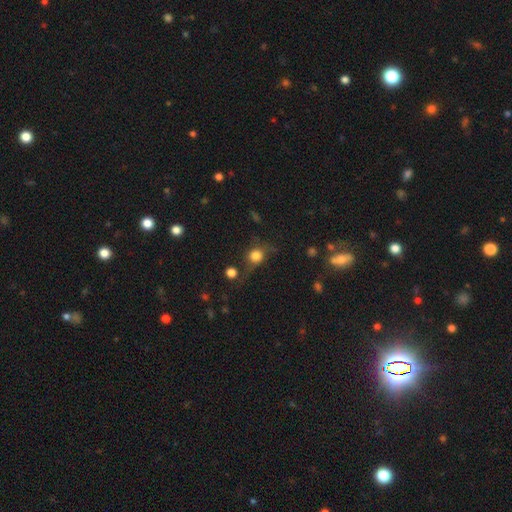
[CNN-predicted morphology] A smooth galaxy with no disk features (72%) that is round (84%). Merging: none (54%).